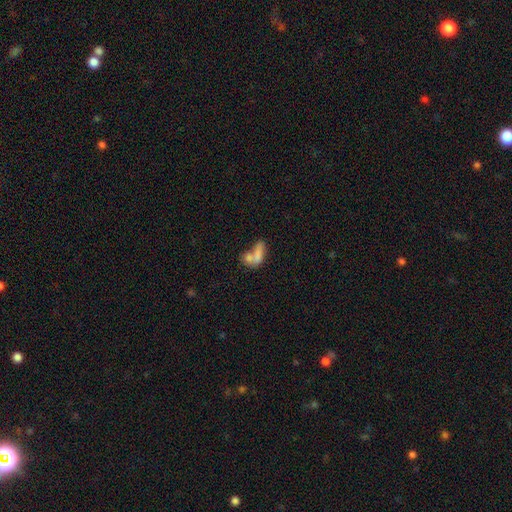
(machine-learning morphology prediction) A smooth galaxy with no disk features (73%) that is in between round and cigar-shaped (68%).

Vote fractions:
- Smooth or featured? smooth: 73% / featured or disk: 18% / star or artifact: 9%
- How rounded? in between: 68% / cigar-shaped: 21% / round: 11%
- Merging? merger: 59% / none: 23% / minor disturbance: 9% / major disturbance: 8%